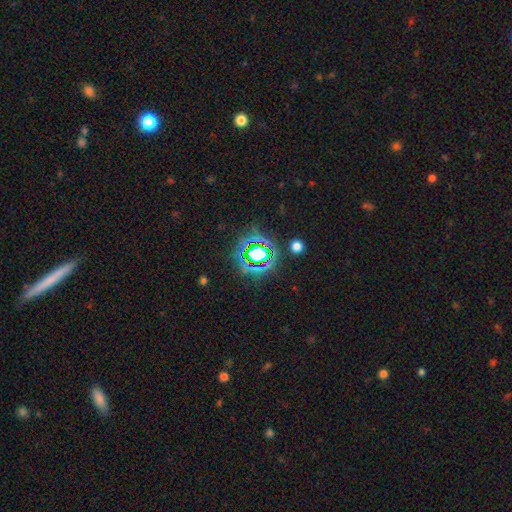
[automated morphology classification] A star or artifact, not a galaxy (70%).